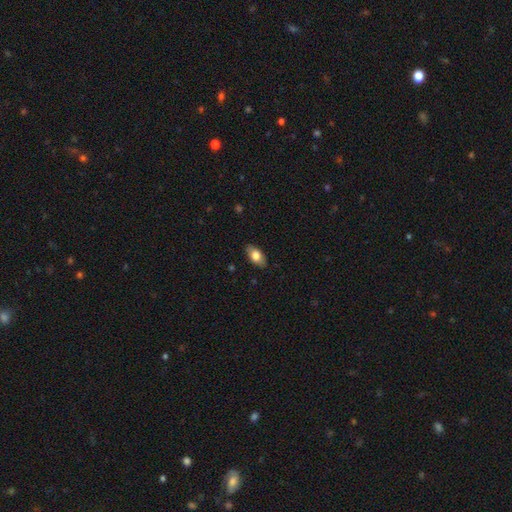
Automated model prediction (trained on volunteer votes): smooth 77%, featured or disk 16%, star or artifact 7%. Down the decision tree: how rounded — in between (90%); merging — none (86%).